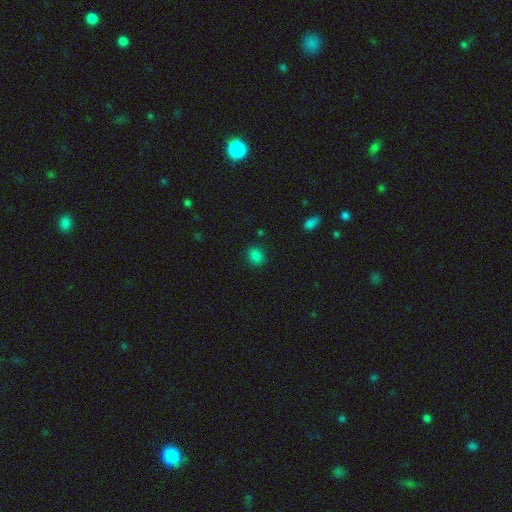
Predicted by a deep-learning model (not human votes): smooth_or_featured: smooth (p=0.82) [alt: star or artifact p=0.14]
how_rounded: in between (p=0.50) [alt: round p=0.48]
merging: none (p=0.86) [alt: minor disturbance p=0.10]